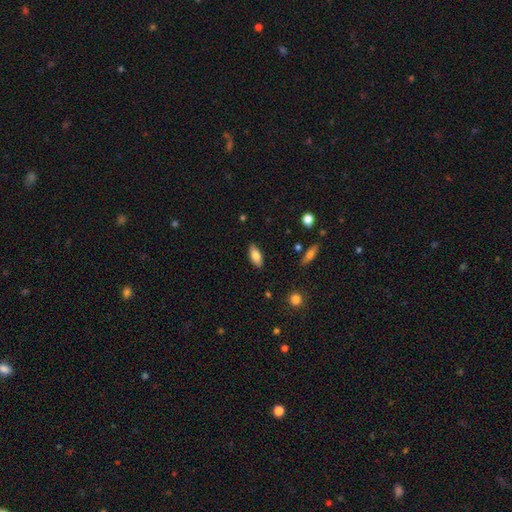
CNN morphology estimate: Smooth or featured? Predicted: smooth (p=0.79). How rounded? Predicted: in between (p=0.83). Merging? Predicted: none (p=0.87).